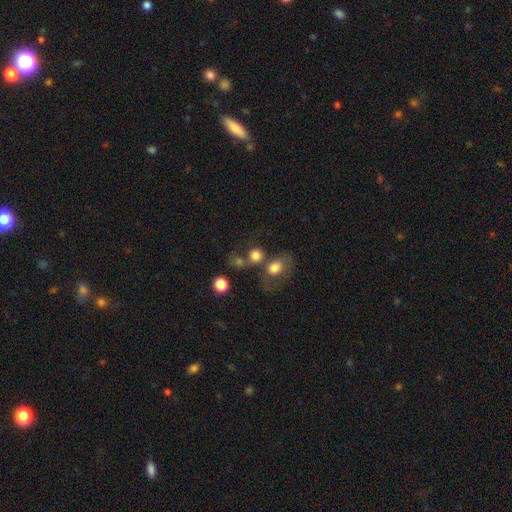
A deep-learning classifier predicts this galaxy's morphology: type=smooth (77%); roundness=round (77%); merging=none (43%).